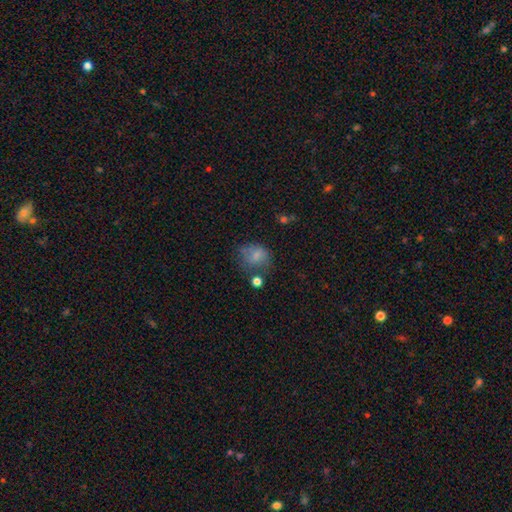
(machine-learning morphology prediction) Smooth or featured: smooth — 72% (featured or disk — 17%)
How rounded: round — 55% (in between — 44%)
Merging: none — 48% (minor disturbance — 26%)